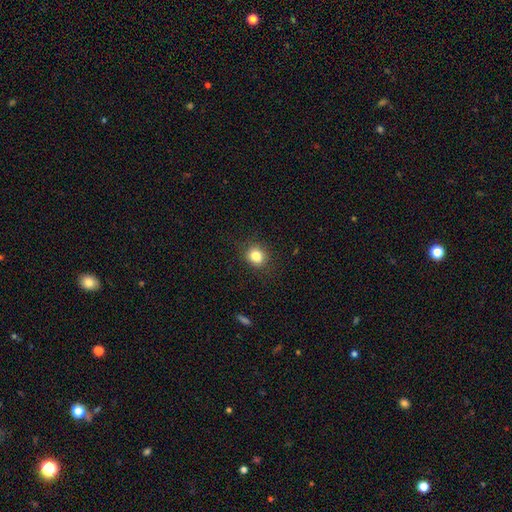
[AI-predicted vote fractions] Smooth or featured? Predicted: smooth (p=0.82). How rounded? Predicted: round (p=0.75). Merging? Predicted: none (p=0.86).